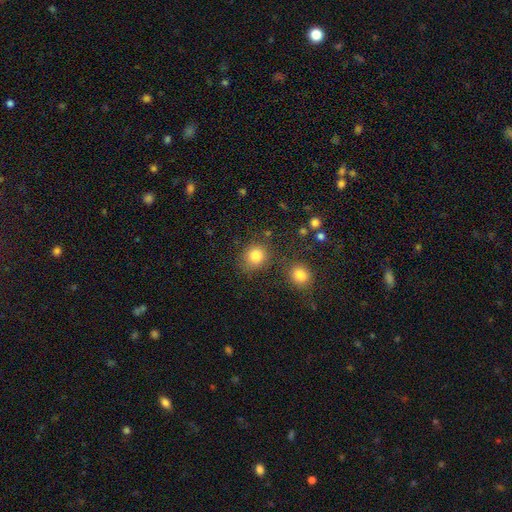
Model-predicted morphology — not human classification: Smooth or featured? smooth (84%)
How rounded? round (79%)
Merging? none (74%)